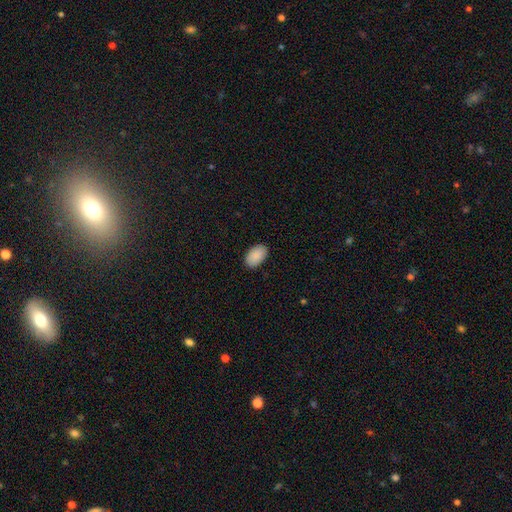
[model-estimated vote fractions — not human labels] smooth-or-featured: smooth: 91% | star or artifact: 6% | featured or disk: 3%
  how-rounded: in between: 94% | round: 5% | cigar-shaped: 1%
  merging: none: 89% | minor disturbance: 8% | major disturbance: 2% | merger: 1%